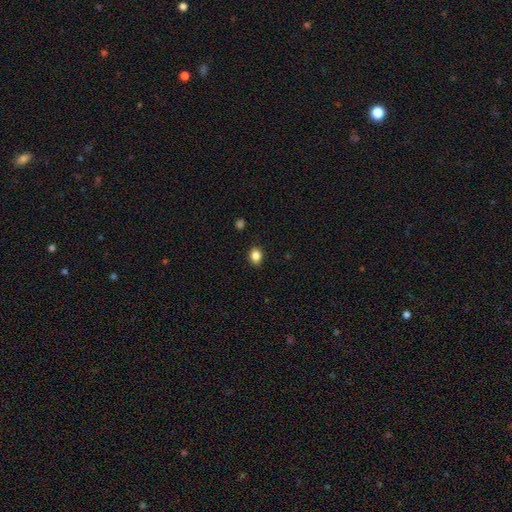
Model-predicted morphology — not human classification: Smooth or featured: smooth — 85% (star or artifact — 10%)
How rounded: in between — 50% (round — 49%)
Merging: none — 89% (minor disturbance — 8%)